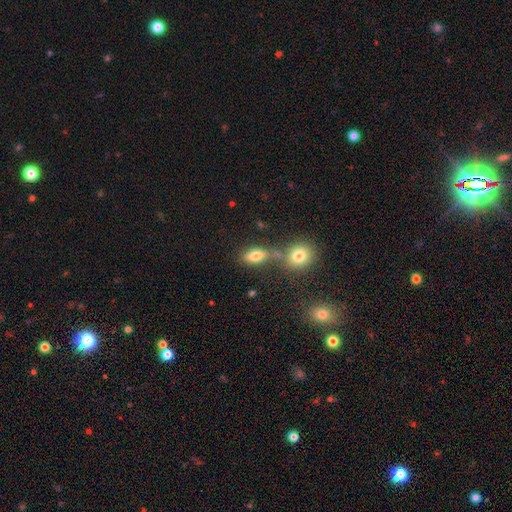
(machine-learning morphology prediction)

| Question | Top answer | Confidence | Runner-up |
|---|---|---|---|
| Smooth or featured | smooth | 79% | star or artifact (11%) |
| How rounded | in between | 83% | round (11%) |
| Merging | none | 55% | merger (27%) |